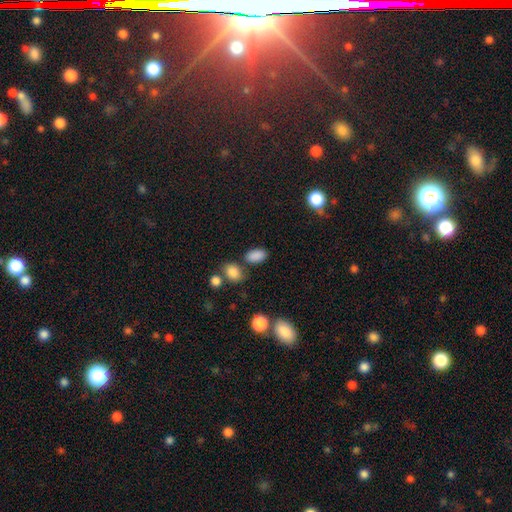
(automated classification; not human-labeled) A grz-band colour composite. It shows a smooth galaxy with no disk features (85%) that is in between round and cigar-shaped (90%). Merging: none (73%).